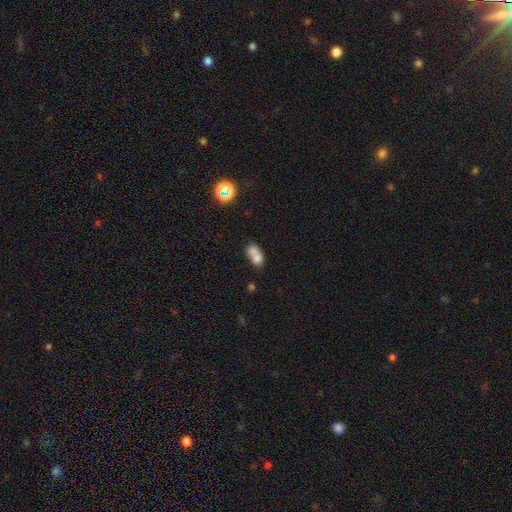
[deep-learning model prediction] This is likely a smooth galaxy (71%). How rounded: likely in between (68%). Merging: possibly merger (57%).